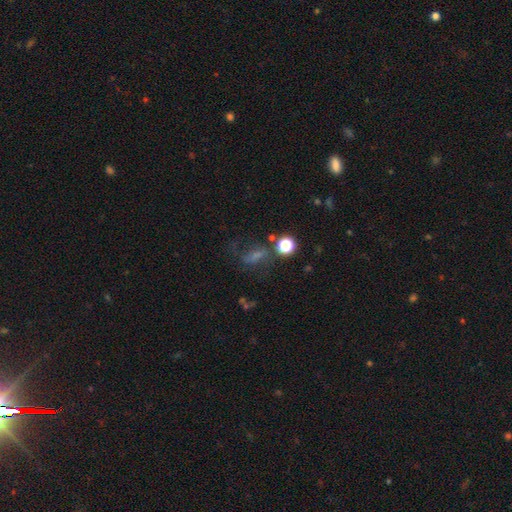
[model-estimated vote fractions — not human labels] smooth-or-featured: smooth: 35% | star or artifact: 34% | featured or disk: 31%
  merging: none: 57% | minor disturbance: 18% | major disturbance: 17% | merger: 8%